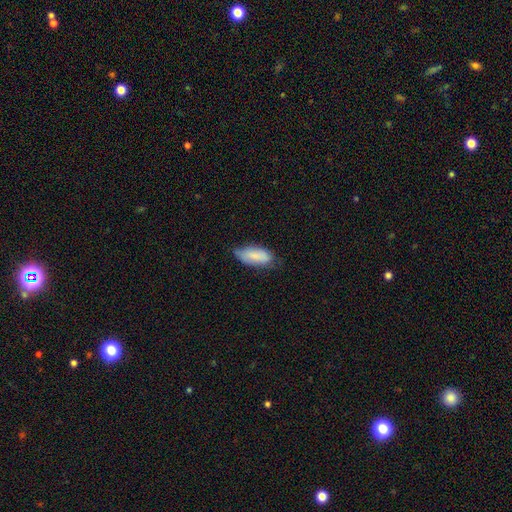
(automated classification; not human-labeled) This appears to be a smooth galaxy with no disk features (80%) that is in between round and cigar-shaped (88%). Merging: none (59%).